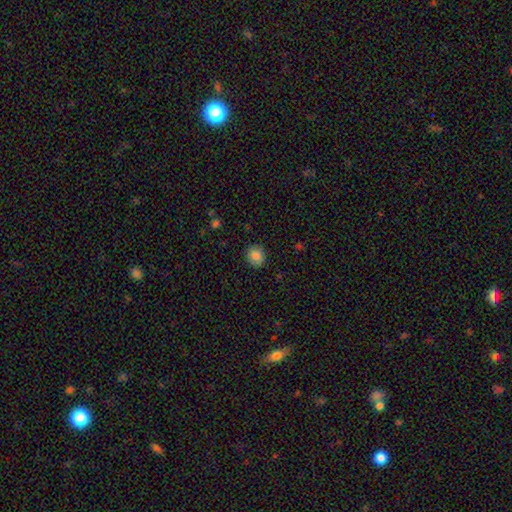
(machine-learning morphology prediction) Q: Smooth or featured?
A: smooth (85%); runner-up: star or artifact (10%)
Q: How rounded?
A: round (83%); runner-up: in between (16%)
Q: Merging?
A: none (89%); runner-up: minor disturbance (8%)